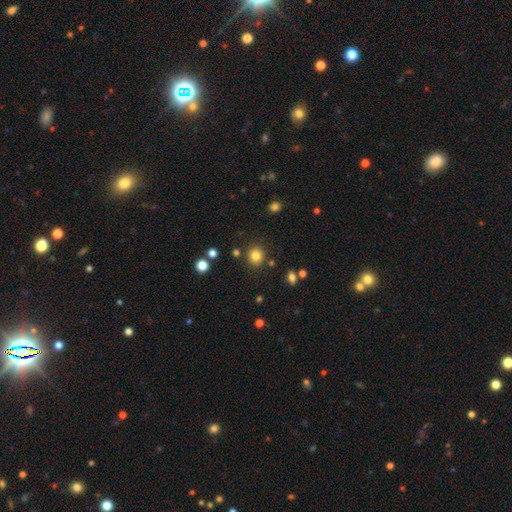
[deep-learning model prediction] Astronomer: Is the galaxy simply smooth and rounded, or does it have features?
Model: smooth — 82%.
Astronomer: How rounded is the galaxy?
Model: round — 87%.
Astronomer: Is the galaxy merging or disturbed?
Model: none — 85%.